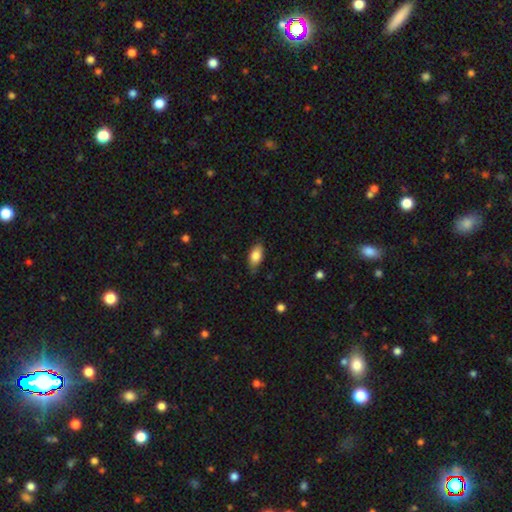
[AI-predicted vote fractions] The model was most divided on "merging": none: 77%, minor disturbance: 19%, major disturbance: 3%, merger: 1%. More confident: how rounded — in between (89%); smooth or featured — smooth (81%).